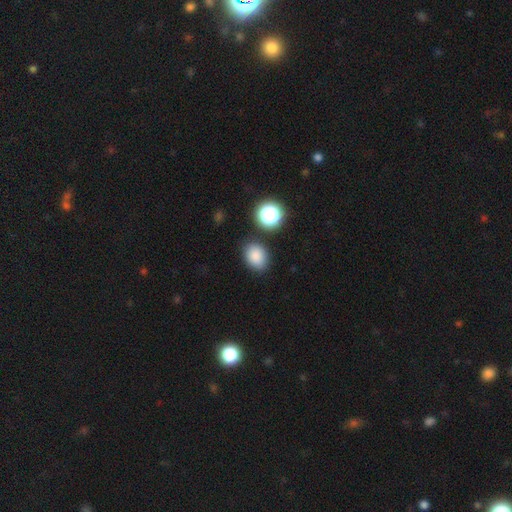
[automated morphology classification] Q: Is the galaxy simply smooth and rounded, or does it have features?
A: smooth — 84%.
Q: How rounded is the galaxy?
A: in between — 61%.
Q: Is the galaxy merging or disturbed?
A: none — 81%.